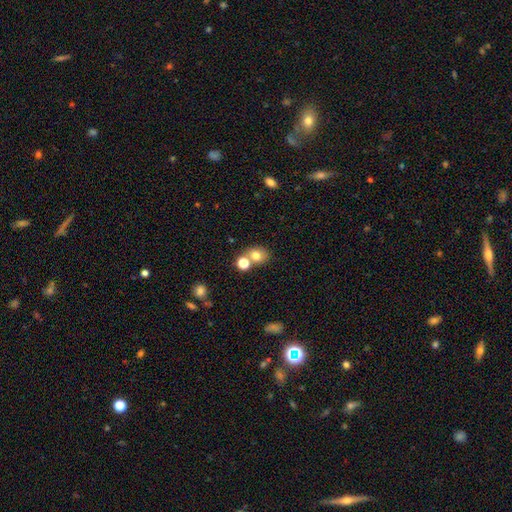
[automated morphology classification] A smooth galaxy with no disk features (75%) that is round (55%). Merging: none (55%).